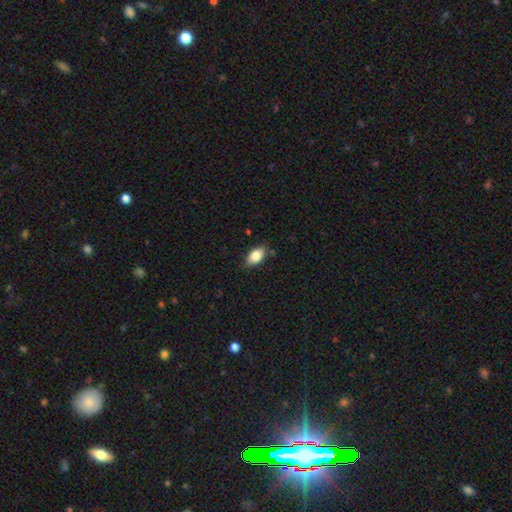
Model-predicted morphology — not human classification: Q: Smooth or featured?
A: smooth (85%); runner-up: featured or disk (8%)
Q: How rounded?
A: in between (91%); runner-up: round (5%)
Q: Merging?
A: none (78%); runner-up: minor disturbance (18%)